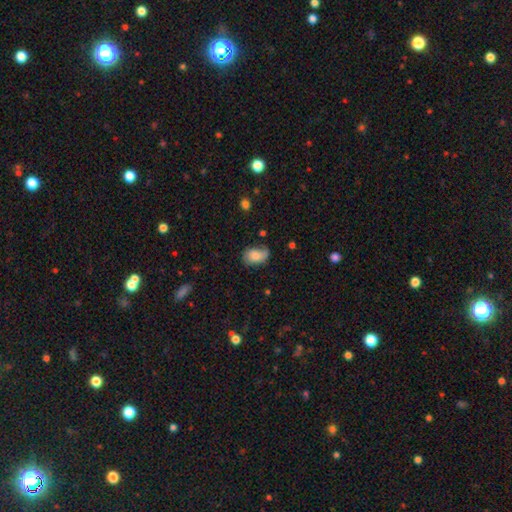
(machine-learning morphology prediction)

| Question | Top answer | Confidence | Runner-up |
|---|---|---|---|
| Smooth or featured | smooth | 66% | featured or disk (25%) |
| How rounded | in between | 84% | round (14%) |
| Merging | none | 49% | minor disturbance (33%) |